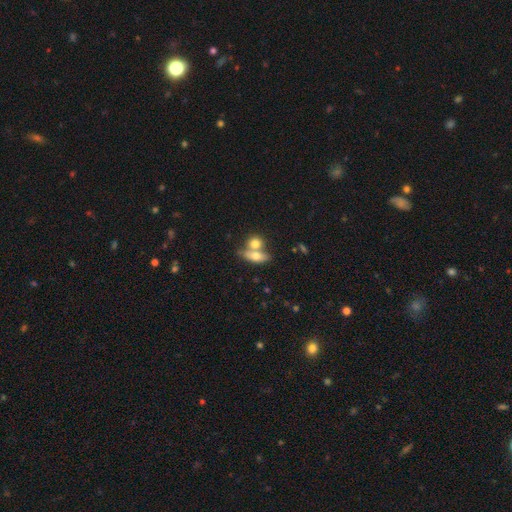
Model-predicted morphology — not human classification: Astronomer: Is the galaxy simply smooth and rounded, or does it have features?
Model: smooth — 63%.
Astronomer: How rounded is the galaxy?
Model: in between — 65%.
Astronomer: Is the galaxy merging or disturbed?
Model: merger — 50% (runner-up: none, 38%).